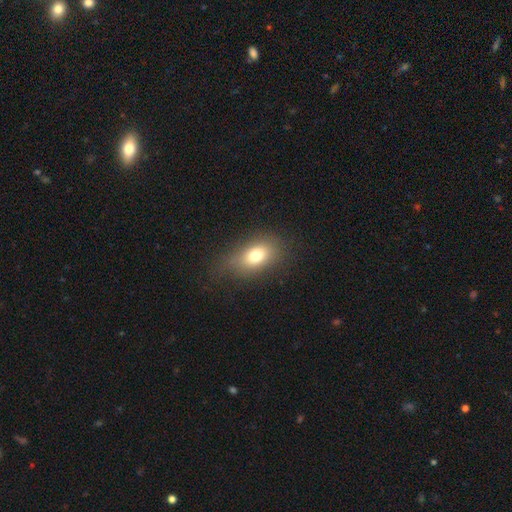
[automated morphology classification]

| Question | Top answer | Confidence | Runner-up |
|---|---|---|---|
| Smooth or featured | smooth | 74% | featured or disk (14%) |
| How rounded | in between | 79% | round (18%) |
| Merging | none | 70% | minor disturbance (19%) |